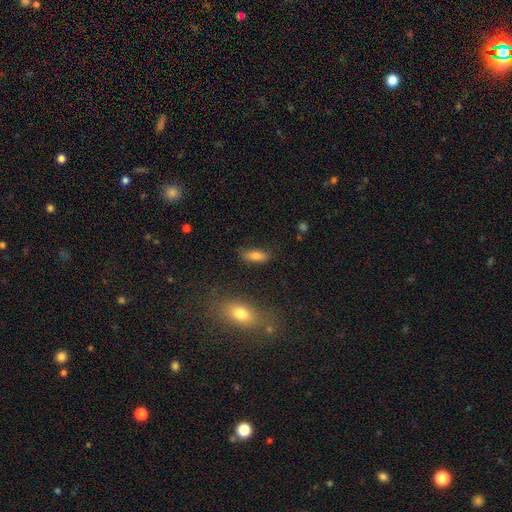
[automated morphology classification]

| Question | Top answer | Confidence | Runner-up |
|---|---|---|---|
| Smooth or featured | smooth | 78% | featured or disk (13%) |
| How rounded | in between | 72% | cigar-shaped (25%) |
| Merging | none | 78% | minor disturbance (15%) |